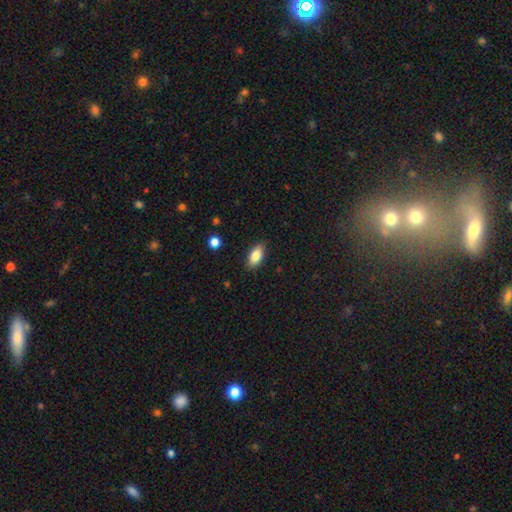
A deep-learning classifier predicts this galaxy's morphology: The model was most divided on "smooth or featured": smooth: 84%, featured or disk: 9%, star or artifact: 7%. More confident: how rounded — in between (89%); merging — none (87%).